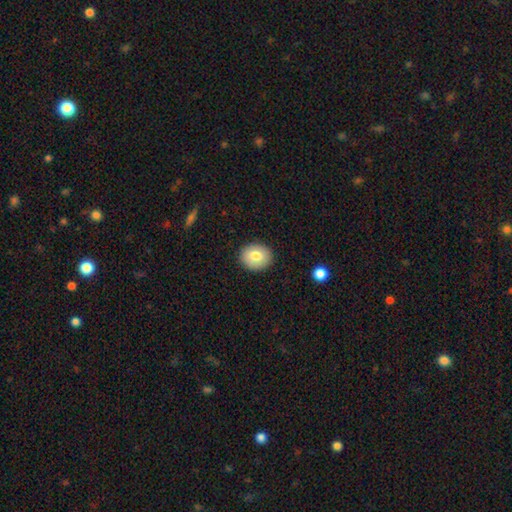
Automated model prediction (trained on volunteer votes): Smooth or featured?
  - smooth: 78% *
  - featured or disk: 15%
  - star or artifact: 7%
How rounded?
  - round: 51% *
  - in between: 48%
  - cigar-shaped: 1%
Merging?
  - none: 89% *
  - minor disturbance: 8%
  - major disturbance: 2%
  - merger: 1%